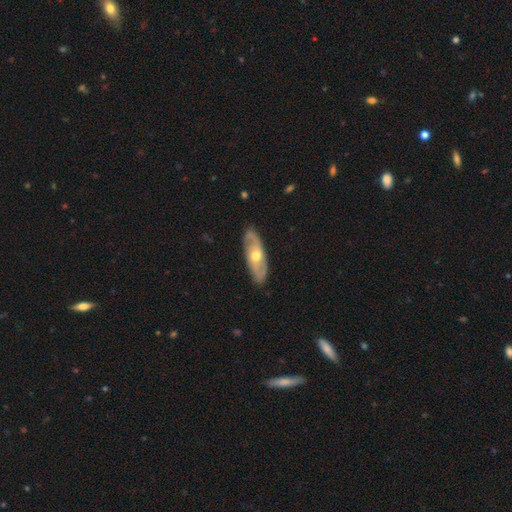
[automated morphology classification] This appears to be a featured or disk galaxy (72%) with no bar (76%), spiral arms (70%) and a moderate central bulge (72%). Merging: none (86%).